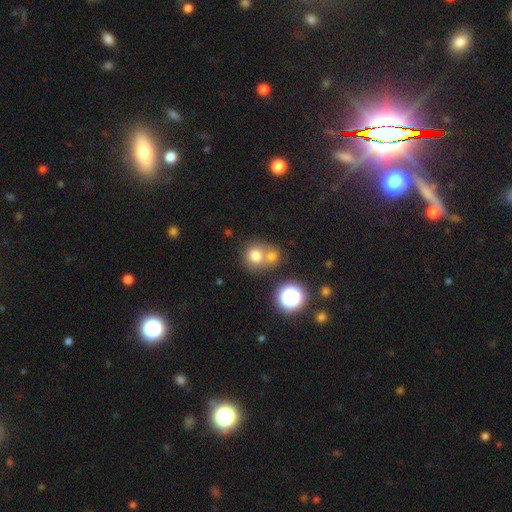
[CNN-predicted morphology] A smooth galaxy with no disk features (74%) that is round (84%). Merging: none (45%).